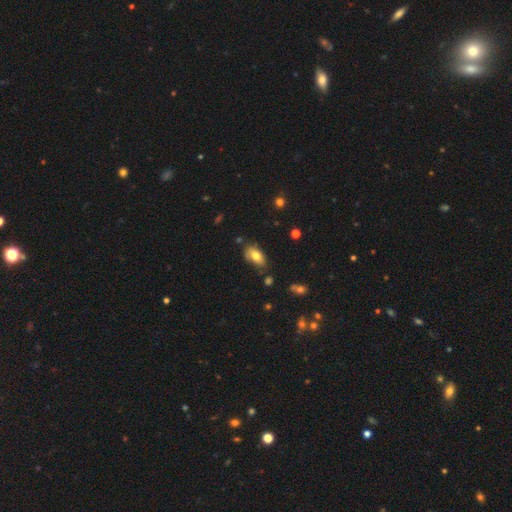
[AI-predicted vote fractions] Smooth or featured? Predicted: smooth (p=0.74). How rounded? Predicted: in between (p=0.92). Merging? Predicted: none (p=0.54).